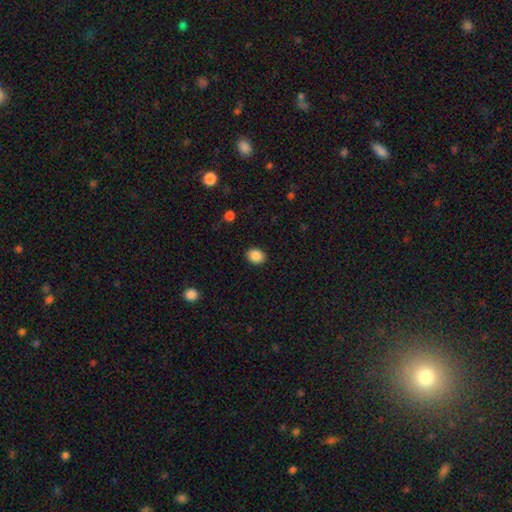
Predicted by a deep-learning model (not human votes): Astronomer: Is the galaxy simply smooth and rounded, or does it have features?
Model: smooth — 88%.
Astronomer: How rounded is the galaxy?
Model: in between — 50%, tied with round at 50%.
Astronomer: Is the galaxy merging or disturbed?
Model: none — 90%.